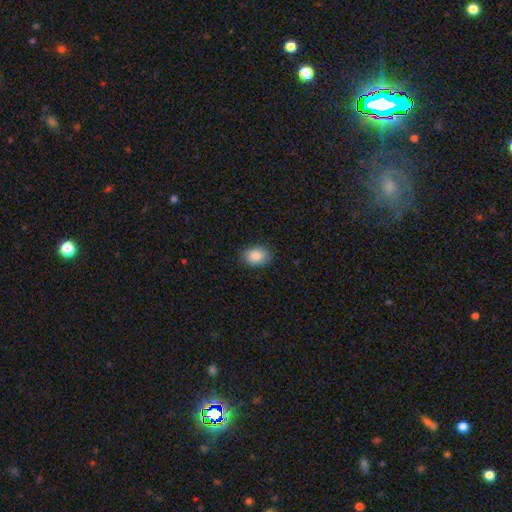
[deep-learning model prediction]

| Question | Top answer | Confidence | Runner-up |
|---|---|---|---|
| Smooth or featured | smooth | 86% | star or artifact (8%) |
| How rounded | in between | 76% | round (23%) |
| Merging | none | 88% | minor disturbance (9%) |